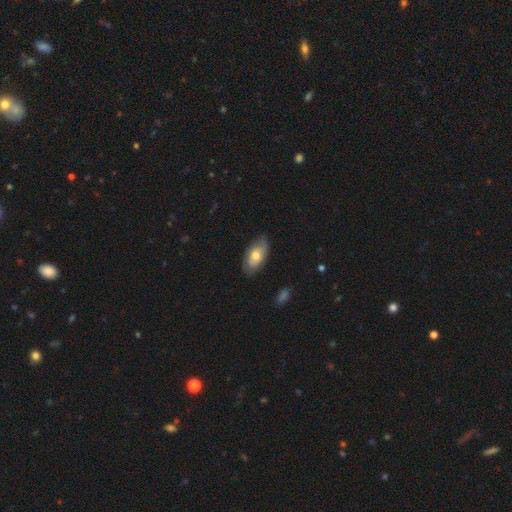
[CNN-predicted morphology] Overall: smooth (55%; featured or disk 39%). How rounded: in between (92%). Merging: none (75%).